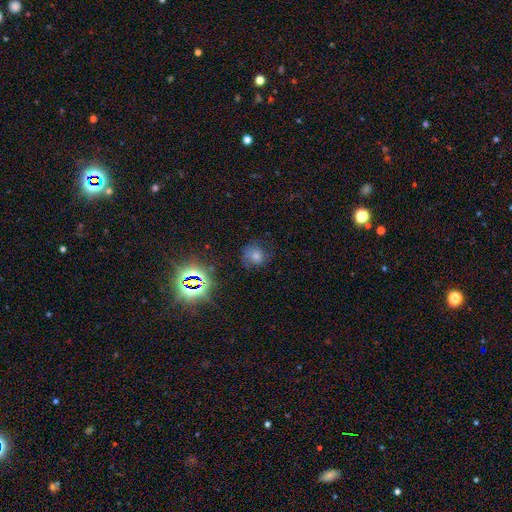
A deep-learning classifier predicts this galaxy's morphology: Smooth or featured?
  - star or artifact: 40% *
  - smooth: 37%
  - featured or disk: 23%